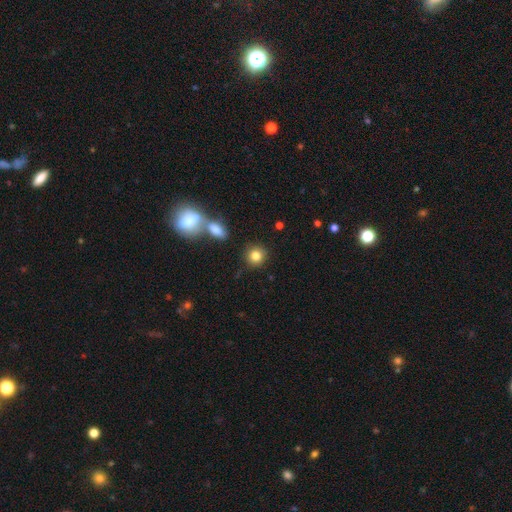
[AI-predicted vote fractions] Q: Smooth or featured?
A: smooth (82%); runner-up: star or artifact (10%)
Q: How rounded?
A: round (87%); runner-up: in between (11%)
Q: Merging?
A: none (84%); runner-up: minor disturbance (8%)